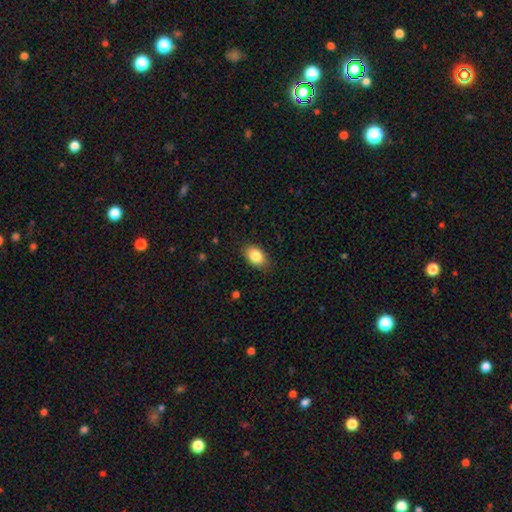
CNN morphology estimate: Smooth or featured? smooth (85%)
How rounded? in between (86%)
Merging? none (85%)